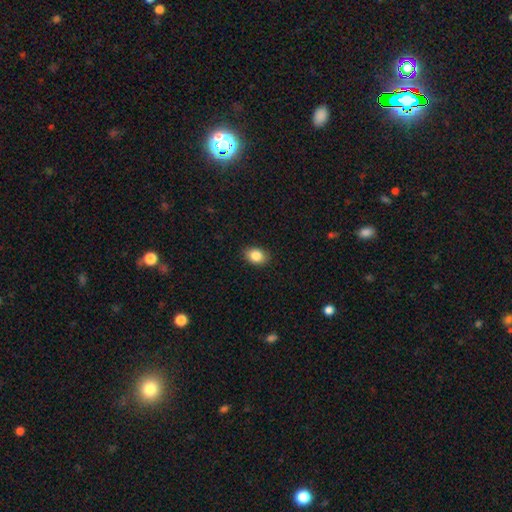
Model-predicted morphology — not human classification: type=smooth (86%); roundness=in between (75%); merging=none (88%).